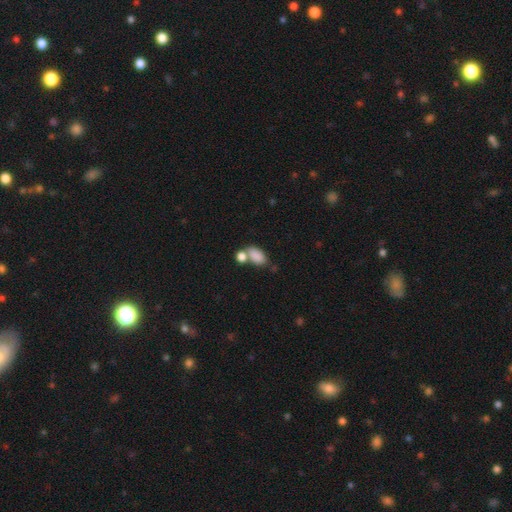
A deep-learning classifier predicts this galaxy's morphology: Q: Smooth or featured?
A: smooth (84%); runner-up: star or artifact (8%)
Q: How rounded?
A: in between (90%); runner-up: round (8%)
Q: Merging?
A: none (42%); runner-up: merger (40%)